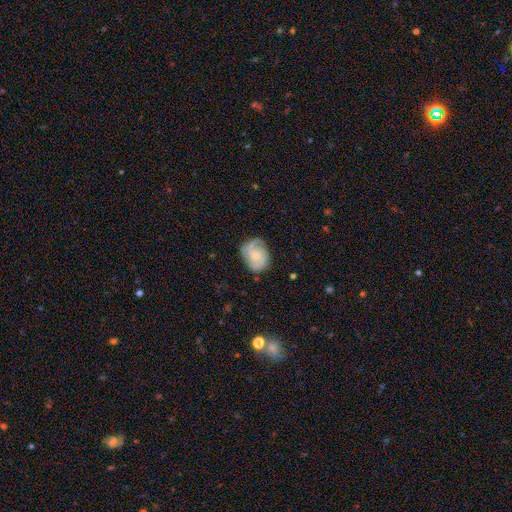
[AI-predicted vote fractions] Smooth or featured? featured or disk (68%)
Edge-on disk? no (98%)
Bar? no (68%)
Spiral arms? yes (92%)
Spiral winding? medium (43%)
Spiral arm count? 2 (50%)
Bulge size? small (68%)
Merging? none (69%)